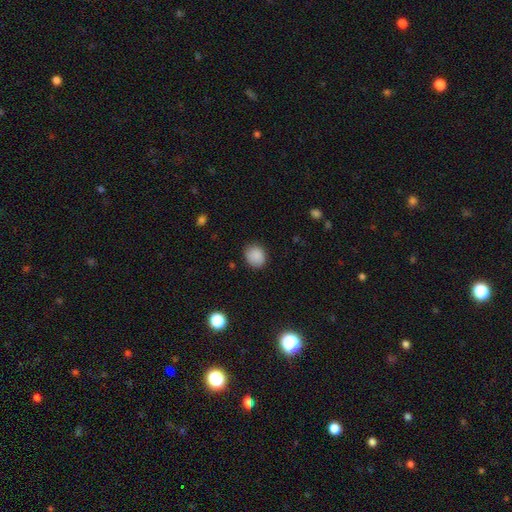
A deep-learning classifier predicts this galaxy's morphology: A smooth galaxy with no disk features (88%) that is round (69%). Merging: none (84%).